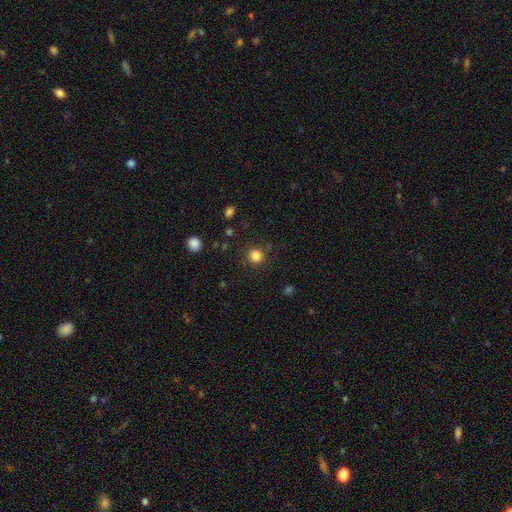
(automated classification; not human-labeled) Smooth or featured? smooth (83%)
How rounded? round (91%)
Merging? none (85%)